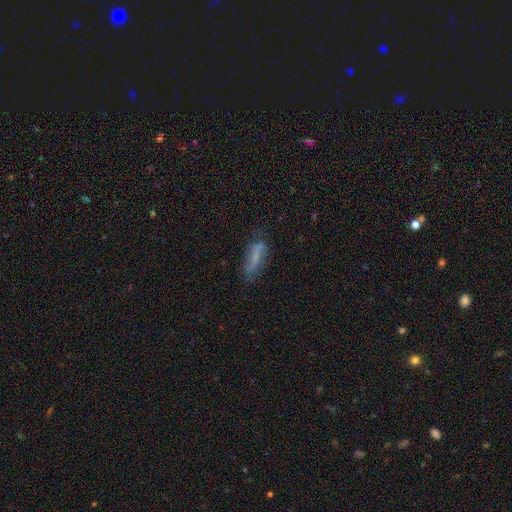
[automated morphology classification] A featured or disk galaxy (45%, tied with smooth).

Vote fractions:
- Smooth or featured? featured or disk: 45% (tied) / smooth: 45% (tied) / star or artifact: 10%
- Merging? none: 65% / minor disturbance: 23% / major disturbance: 9% / merger: 3%